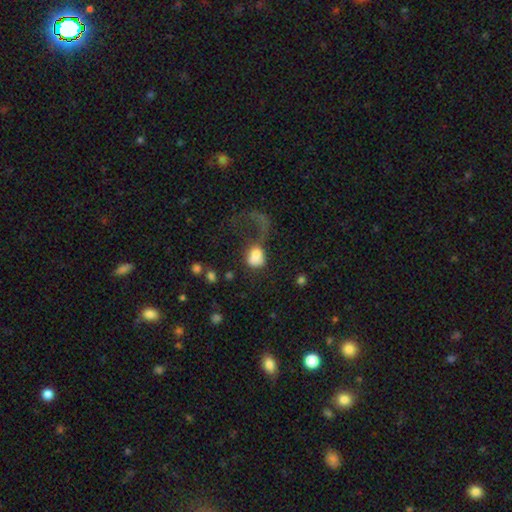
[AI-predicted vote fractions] Overall: smooth (68%). How rounded: in between (61%; round 37%). Merging: major disturbance (65%).